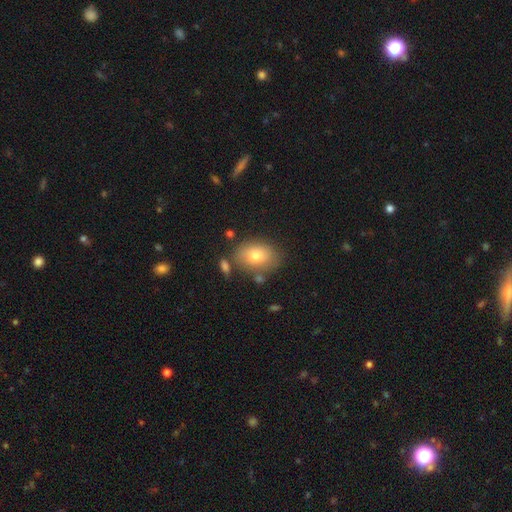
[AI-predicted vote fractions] Smooth or featured?
  - smooth: 77% *
  - featured or disk: 14%
  - star or artifact: 9%
How rounded?
  - in between: 75% *
  - round: 24%
  - cigar-shaped: 1%
Merging?
  - none: 73% *
  - minor disturbance: 15%
  - merger: 7%
  - major disturbance: 4%